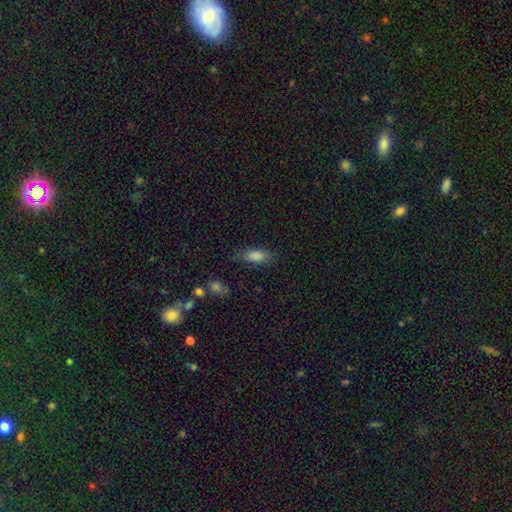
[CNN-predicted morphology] The model was most divided on "merging": none: 76%, minor disturbance: 17%, major disturbance: 5%, merger: 3%. More confident: smooth or featured — smooth (81%); how rounded — in between (78%).